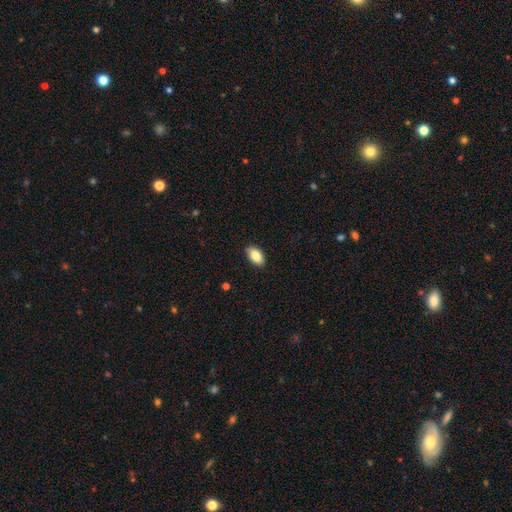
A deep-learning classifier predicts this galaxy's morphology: The model was most divided on "merging": none: 88%, minor disturbance: 9%, major disturbance: 2%, merger: 1%. More confident: how rounded — in between (93%); smooth or featured — smooth (86%).